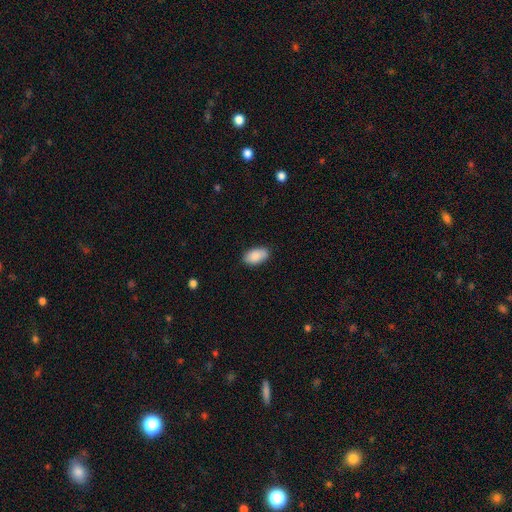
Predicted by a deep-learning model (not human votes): Q: Smooth or featured?
A: smooth (88%); runner-up: star or artifact (6%)
Q: How rounded?
A: in between (94%); runner-up: round (4%)
Q: Merging?
A: none (83%); runner-up: minor disturbance (13%)